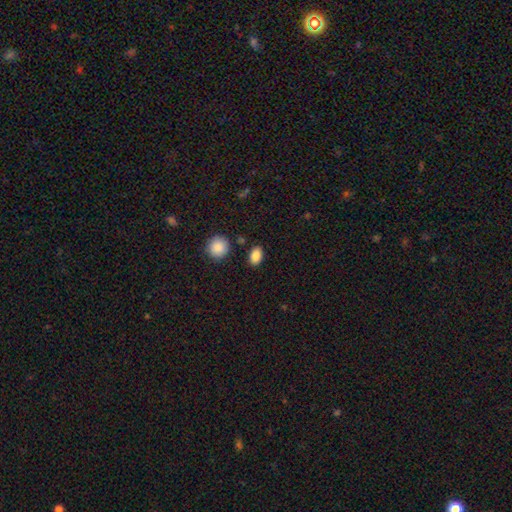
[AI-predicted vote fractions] Smooth or featured? Predicted: smooth (p=0.88). How rounded? Predicted: in between (p=0.83). Merging? Predicted: none (p=0.85).